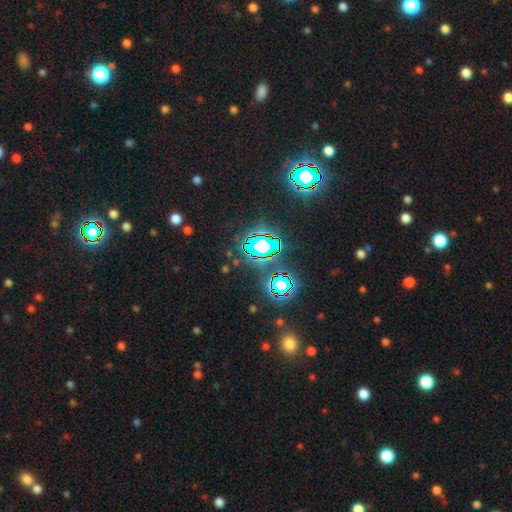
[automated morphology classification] Overall: star or artifact (78%).